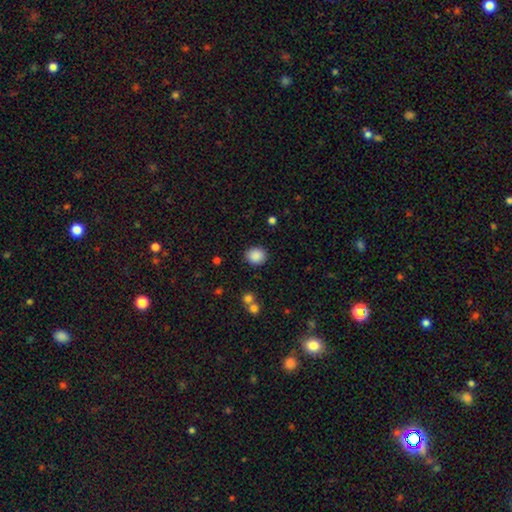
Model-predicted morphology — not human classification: Smooth or featured?
  - smooth: 88% *
  - star or artifact: 9%
  - featured or disk: 3%
How rounded?
  - round: 78% *
  - in between: 21%
  - cigar-shaped: 1%
Merging?
  - none: 88% *
  - minor disturbance: 7%
  - major disturbance: 3%
  - merger: 2%